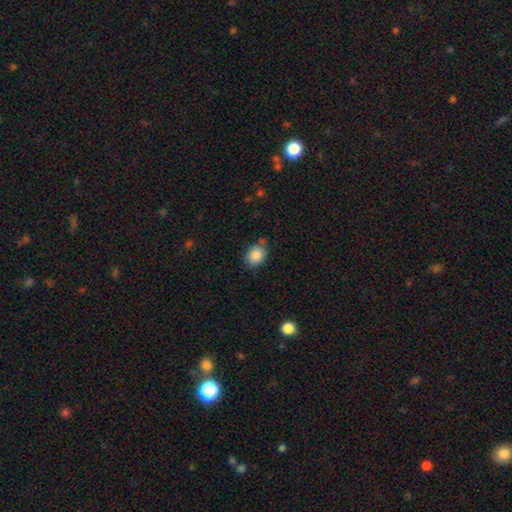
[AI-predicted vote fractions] Smooth or featured? Predicted: smooth (p=0.87). How rounded? Predicted: in between (p=0.51). Merging? Predicted: none (p=0.68).